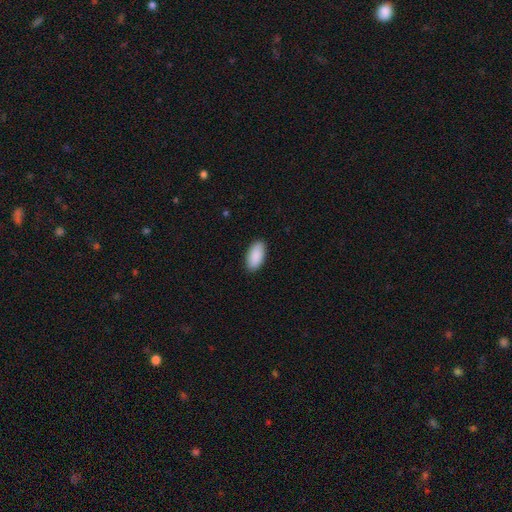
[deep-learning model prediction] The model was most divided on "merging": none: 89%, minor disturbance: 8%, major disturbance: 2%, merger: 1%. More confident: how rounded — in between (94%); smooth or featured — smooth (91%).